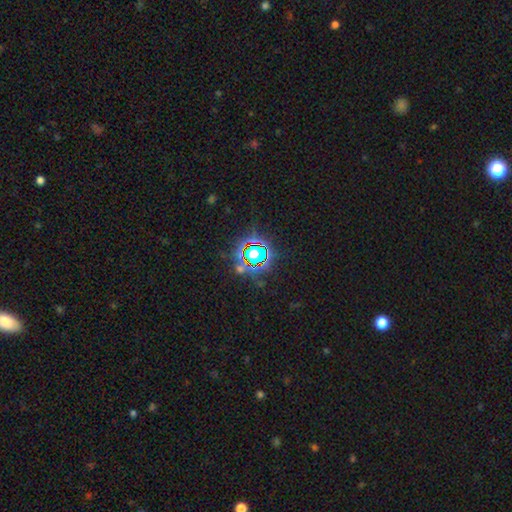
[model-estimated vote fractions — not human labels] Smooth or featured? Predicted: star or artifact (p=0.79).